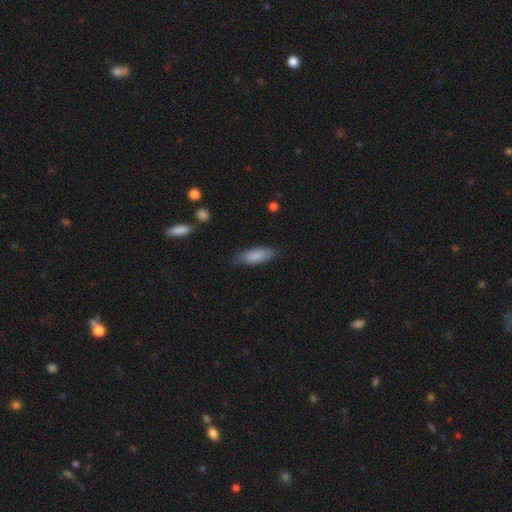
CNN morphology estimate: smooth-or-featured: smooth: 85% | featured or disk: 9% | star or artifact: 6%
  how-rounded: in between: 65% | cigar-shaped: 33% | round: 2%
  merging: none: 78% | minor disturbance: 16% | major disturbance: 4% | merger: 1%